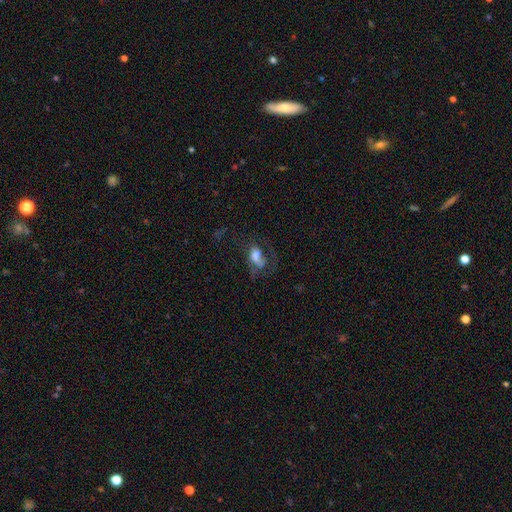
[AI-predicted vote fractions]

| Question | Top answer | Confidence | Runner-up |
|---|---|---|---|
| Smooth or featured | smooth | 47% | featured or disk (39%) |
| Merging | major disturbance | 51% | none (29%) |